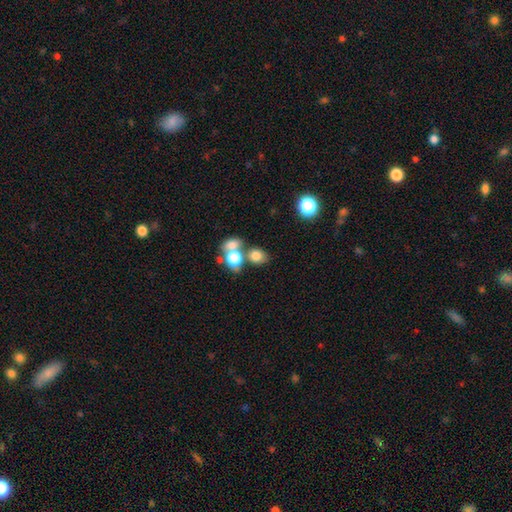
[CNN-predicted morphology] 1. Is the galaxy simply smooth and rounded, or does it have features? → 76% smooth, 13% star or artifact, 11% featured or disk.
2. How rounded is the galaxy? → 54% round, 45% in between, 1% cigar-shaped.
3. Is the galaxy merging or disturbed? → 48% none, 37% merger, 10% minor disturbance, 5% major disturbance.